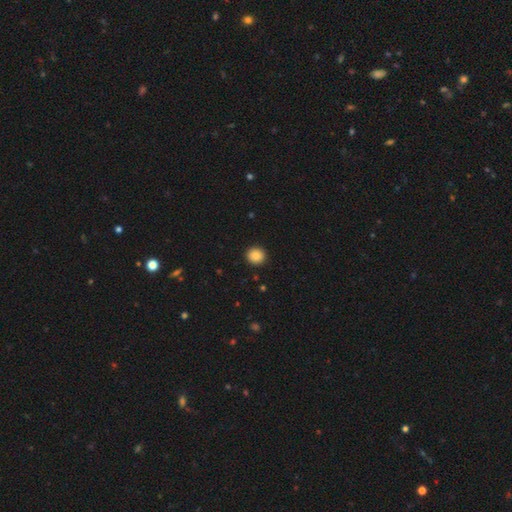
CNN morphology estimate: This appears to be a smooth galaxy with no disk features (86%) that is round (90%). Merging: none (92%).